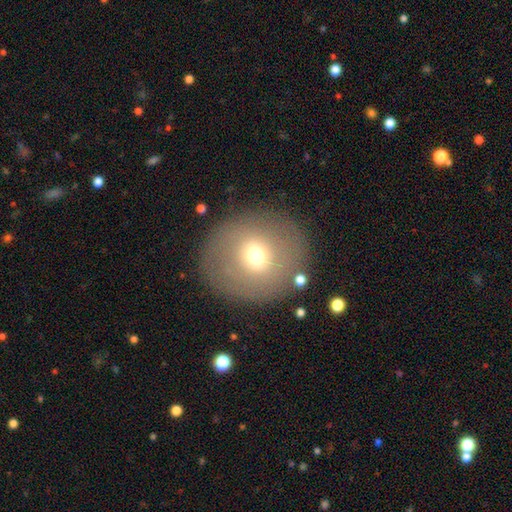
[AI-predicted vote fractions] This is possibly a smooth galaxy (57%). How rounded: clearly round (82%). Merging: clearly none (82%).